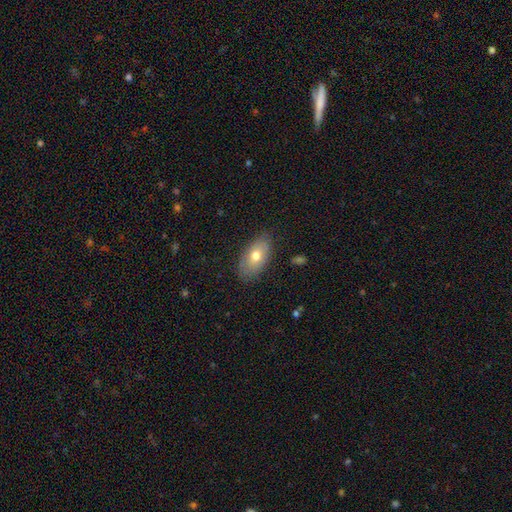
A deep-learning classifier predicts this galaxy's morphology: Q: Smooth or featured?
A: smooth (69%); runner-up: featured or disk (24%)
Q: How rounded?
A: in between (92%); runner-up: round (5%)
Q: Merging?
A: none (81%); runner-up: minor disturbance (15%)